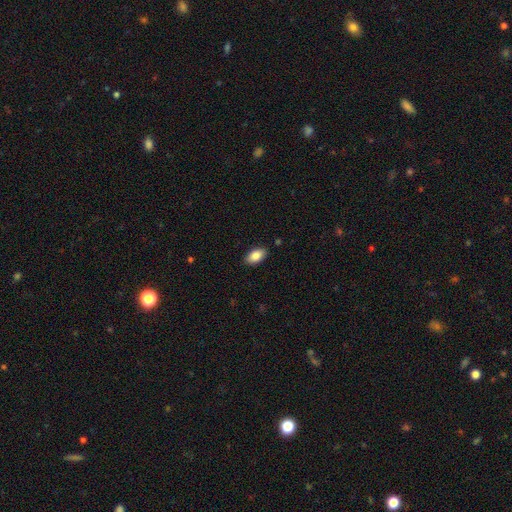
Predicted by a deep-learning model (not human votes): This is clearly a smooth galaxy (85%). How rounded: clearly in between (93%). Merging: clearly none (88%).